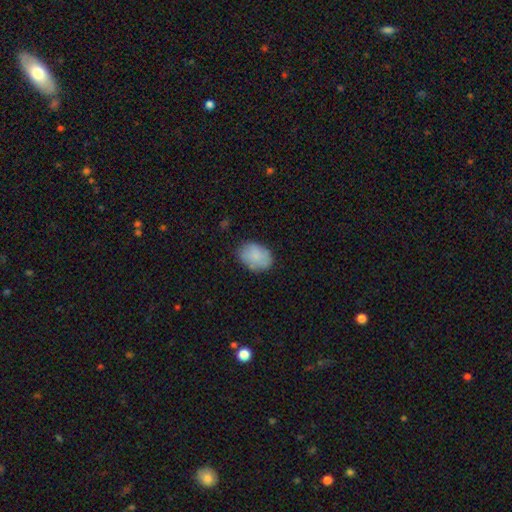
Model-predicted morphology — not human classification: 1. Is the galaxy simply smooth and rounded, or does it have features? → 82% smooth, 11% featured or disk, 7% star or artifact.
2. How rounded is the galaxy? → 74% in between, 25% round, 1% cigar-shaped.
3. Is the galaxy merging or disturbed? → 75% none, 19% minor disturbance, 5% major disturbance, 2% merger.